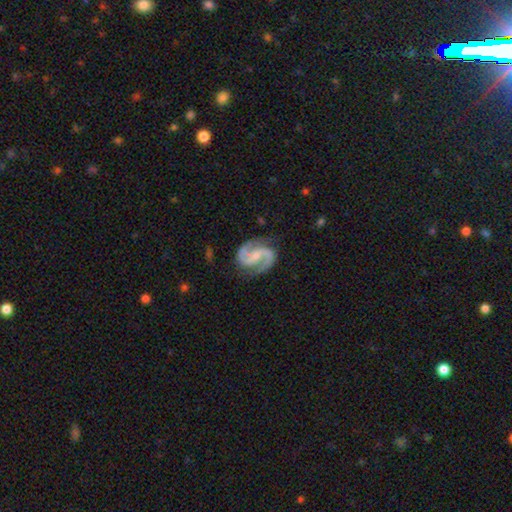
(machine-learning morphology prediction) smooth_or_featured: featured or disk (p=0.93) [alt: star or artifact p=0.04]
disk_edge_on: no (p=0.98) [alt: yes p=0.02]
bar: weak (p=0.41) [alt: no p=0.38]
has_spiral_arms: yes (p=0.98) [alt: no p=0.02]
spiral_winding: medium (p=0.62) [alt: tight p=0.19]
spiral_arm_count: 2 (p=0.94) [alt: can't tell p=0.01]
bulge_size: small (p=0.61) [alt: moderate p=0.29]
merging: none (p=0.81) [alt: minor disturbance p=0.13]